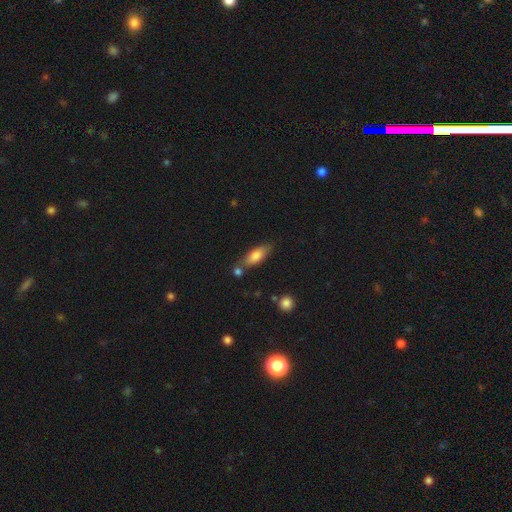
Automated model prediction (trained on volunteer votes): This is likely a smooth galaxy (78%). How rounded: likely in between (71%). Merging: likely none (67%).